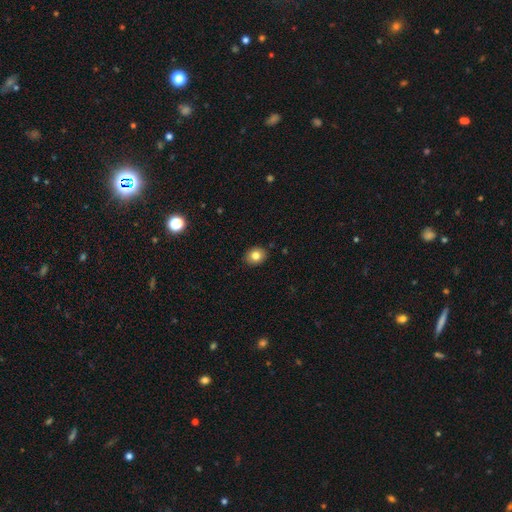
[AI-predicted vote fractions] This is clearly a smooth galaxy (81%). How rounded: possibly round (53%). Merging: clearly none (88%).